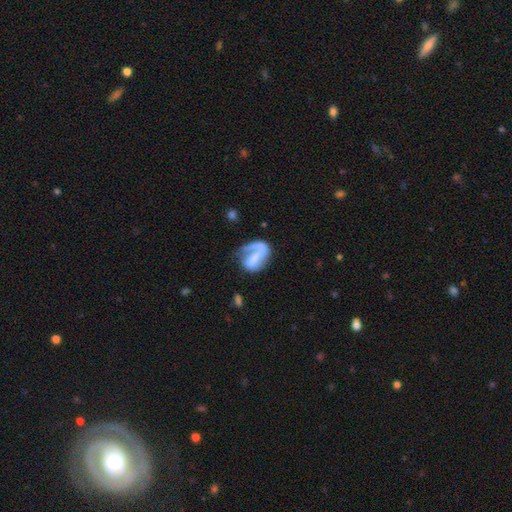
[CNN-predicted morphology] featured or disk 61%, smooth 32%, star or artifact 7%. Down the decision tree: edge-on disk — no (97%); bar — no (38%); spiral arms — yes (78%); bulge size — none (46%); merging — none (39%).